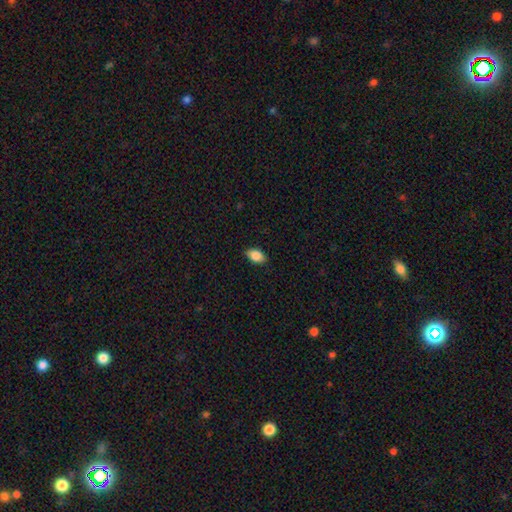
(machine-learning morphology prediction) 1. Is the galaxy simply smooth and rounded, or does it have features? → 85% smooth, 8% star or artifact, 7% featured or disk.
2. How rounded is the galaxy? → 90% in between, 8% round, 2% cigar-shaped.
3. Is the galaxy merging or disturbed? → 85% none, 12% minor disturbance, 2% major disturbance, 1% merger.